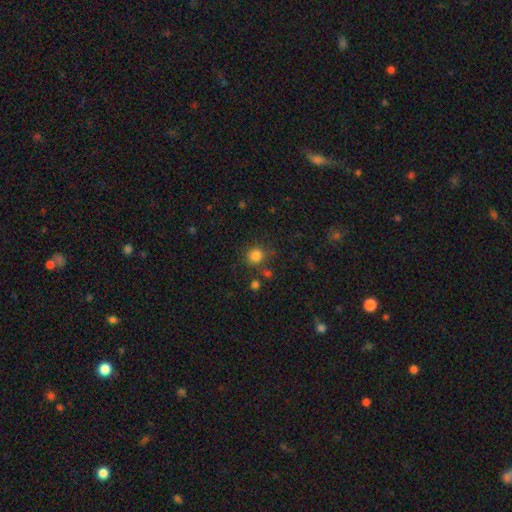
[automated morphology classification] Smooth or featured? smooth (82%)
How rounded? round (88%)
Merging? none (79%)